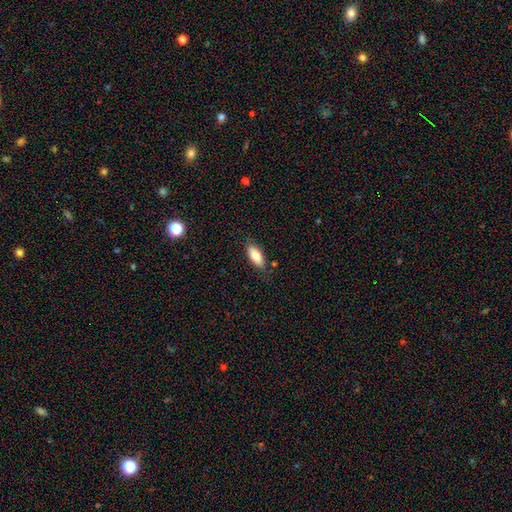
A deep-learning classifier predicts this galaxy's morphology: This is likely a smooth galaxy (76%). How rounded: clearly in between (82%). Merging: clearly none (83%).